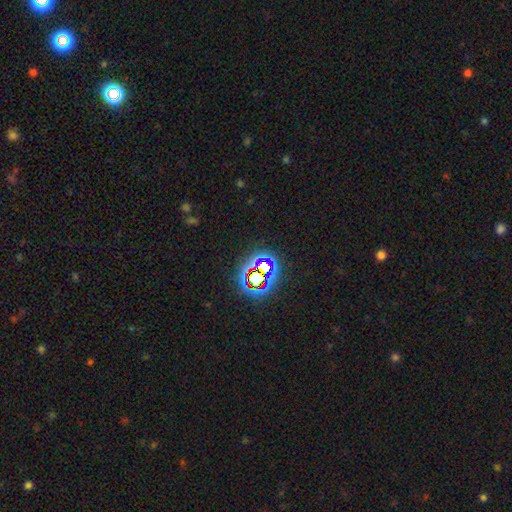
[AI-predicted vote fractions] star or artifact 74%, smooth 14%, featured or disk 12%.